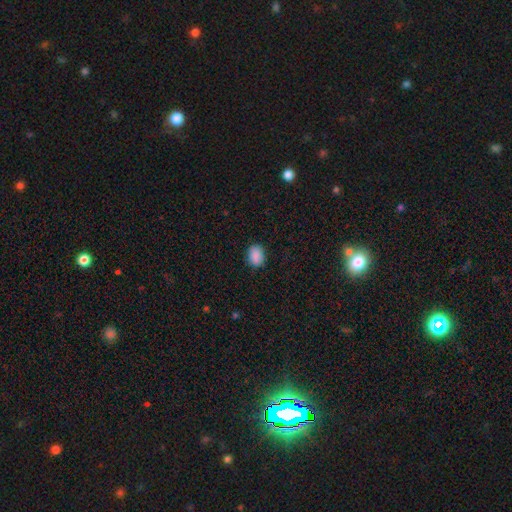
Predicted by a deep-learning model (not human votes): A smooth galaxy with no disk features (88%) that is in between round and cigar-shaped (68%).

Vote fractions:
- Smooth or featured? smooth: 88% / star or artifact: 8% / featured or disk: 4%
- How rounded? in between: 68% / round: 31% / cigar-shaped: 1%
- Merging? none: 85% / minor disturbance: 12% / major disturbance: 3% / merger: 1%